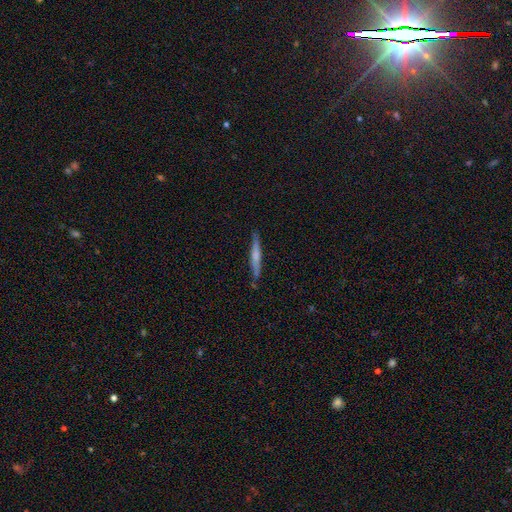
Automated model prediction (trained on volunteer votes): smooth 48%, featured or disk 46%, star or artifact 6%. Down the decision tree: merging — none (86%).